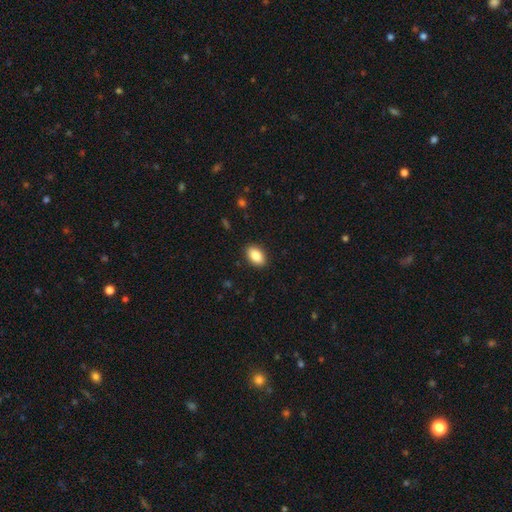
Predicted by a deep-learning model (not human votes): smooth_or_featured: smooth (p=0.88) [alt: star or artifact p=0.07]
how_rounded: in between (p=0.91) [alt: round p=0.07]
merging: none (p=0.90) [alt: minor disturbance p=0.07]